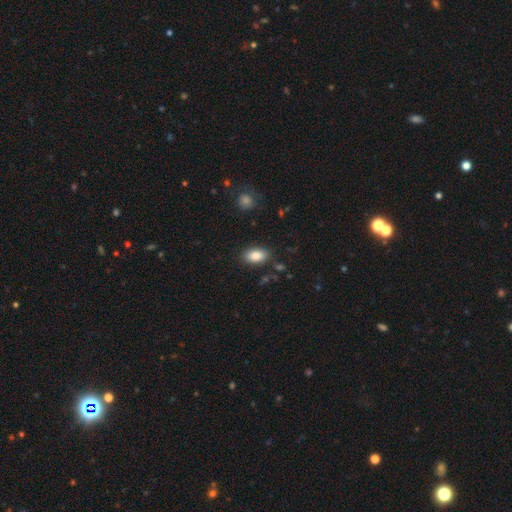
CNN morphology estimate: The model was most divided on "merging": none: 85%, minor disturbance: 10%, major disturbance: 3%, merger: 2%. More confident: how rounded — in between (92%); smooth or featured — smooth (86%).